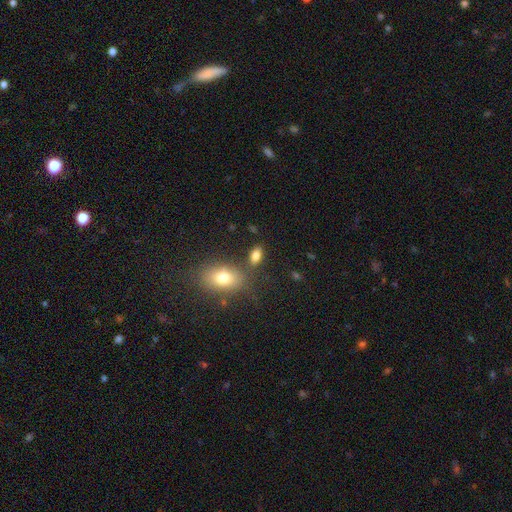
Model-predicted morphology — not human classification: type=smooth (82%); roundness=in between (88%); merging=none (74%).